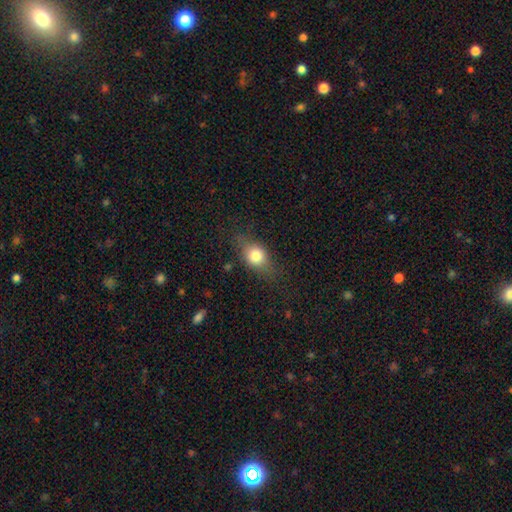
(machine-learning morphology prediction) This appears to be a smooth galaxy with no disk features (72%) that is in between round and cigar-shaped (57%). Merging: none (70%).